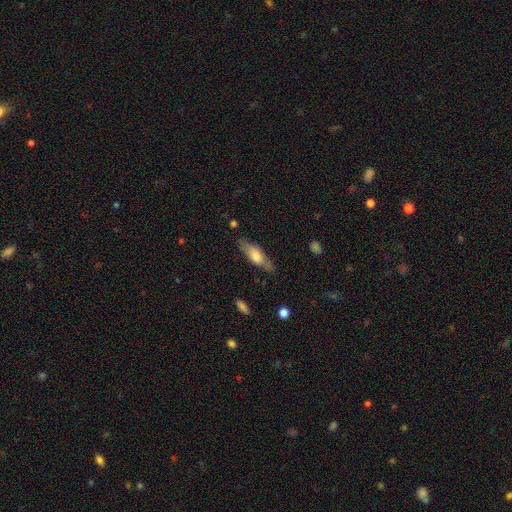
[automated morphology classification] smooth_or_featured: smooth (p=0.60) [alt: featured or disk p=0.34]
how_rounded: cigar-shaped (p=0.51) [alt: in between p=0.47]
merging: none (p=0.79) [alt: minor disturbance p=0.15]